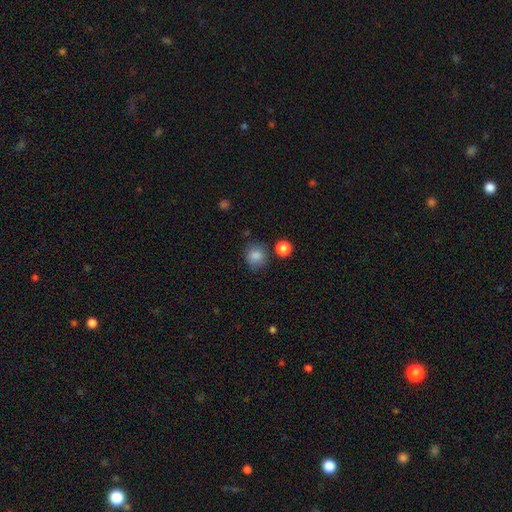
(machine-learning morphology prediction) Smooth or featured: smooth — 85% (star or artifact — 10%)
How rounded: round — 80% (in between — 19%)
Merging: none — 75% (minor disturbance — 15%)